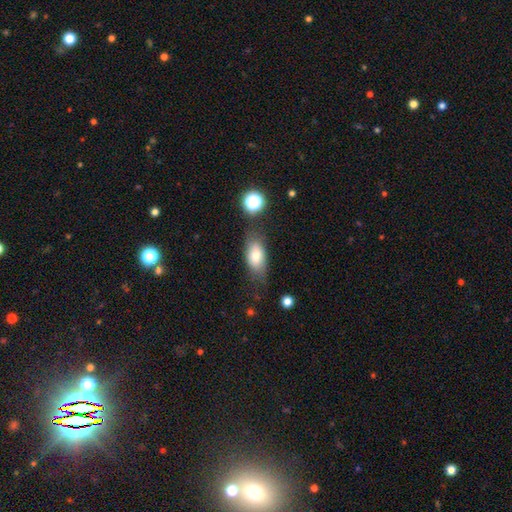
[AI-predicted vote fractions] This is likely a smooth galaxy (78%). How rounded: clearly in between (86%). Merging: likely none (65%).